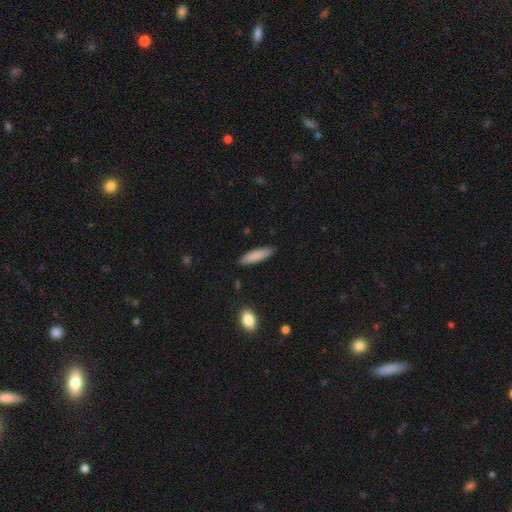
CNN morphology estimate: Smooth or featured? Predicted: smooth (p=0.84). How rounded? Predicted: cigar-shaped (p=0.67). Merging? Predicted: none (p=0.88).